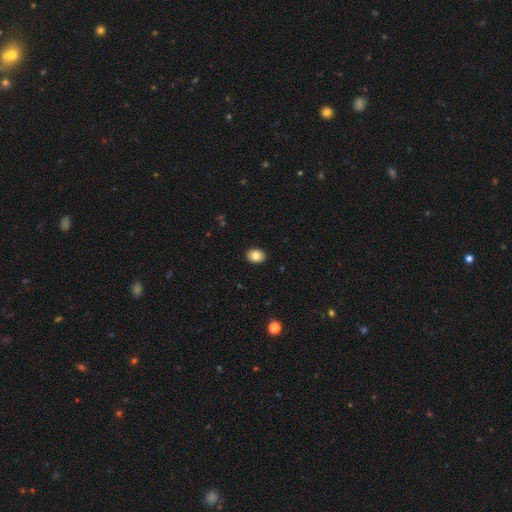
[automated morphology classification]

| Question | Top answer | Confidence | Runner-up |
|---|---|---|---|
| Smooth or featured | smooth | 84% | star or artifact (9%) |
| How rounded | in between | 55% | round (44%) |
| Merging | none | 91% | minor disturbance (6%) |